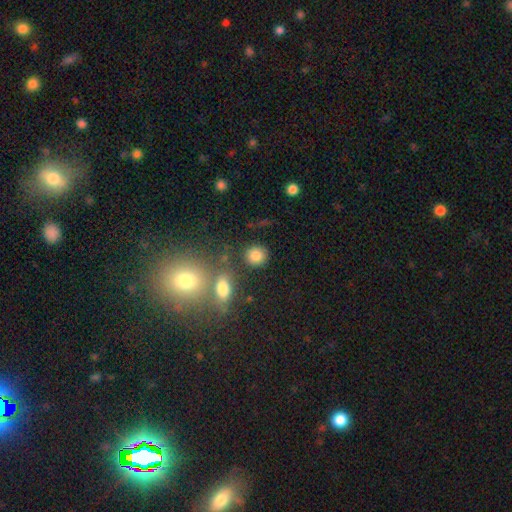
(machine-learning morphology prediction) A smooth galaxy with no disk features (82%) that is round (84%).

Vote fractions:
- Smooth or featured? smooth: 82% / star or artifact: 11% / featured or disk: 6%
- How rounded? round: 84% / in between: 15% / cigar-shaped: 1%
- Merging? none: 81% / minor disturbance: 9% / merger: 6% / major disturbance: 4%